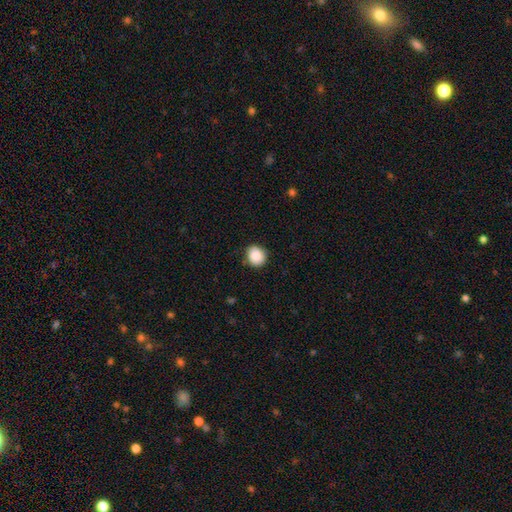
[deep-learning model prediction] Smooth or featured? Predicted: smooth (p=0.88). How rounded? Predicted: round (p=0.79). Merging? Predicted: none (p=0.83).